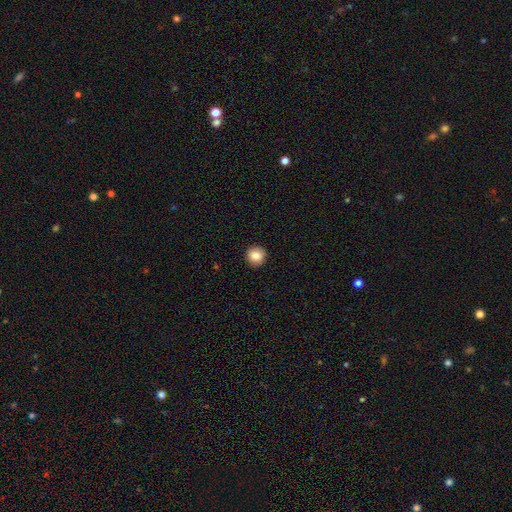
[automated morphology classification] smooth-or-featured: smooth: 85% | star or artifact: 9% | featured or disk: 6%
  how-rounded: round: 94% | in between: 5% | cigar-shaped: 1%
  merging: none: 93% | minor disturbance: 5% | major disturbance: 2% | merger: 1%